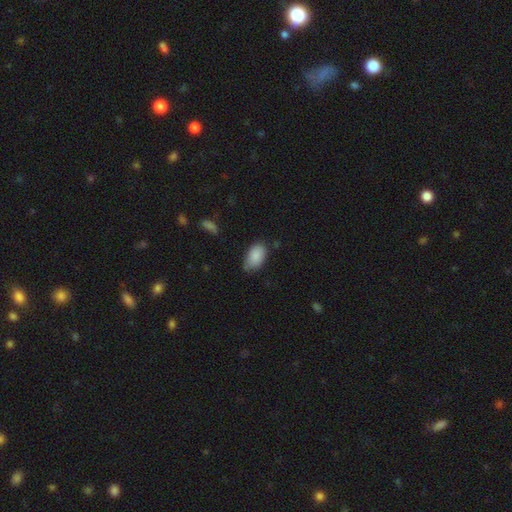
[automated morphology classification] smooth_or_featured: smooth (p=0.87) [alt: star or artifact p=0.07]
how_rounded: in between (p=0.92) [alt: round p=0.06]
merging: none (p=0.67) [alt: minor disturbance p=0.27]